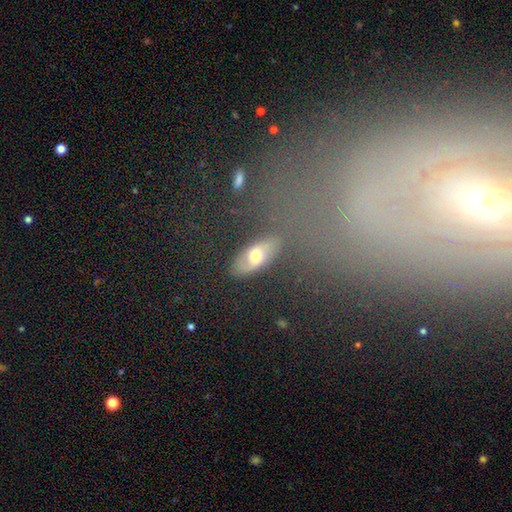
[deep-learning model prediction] smooth-or-featured: smooth: 46% | featured or disk: 43% | star or artifact: 11%
  merging: none: 74% | minor disturbance: 16% | major disturbance: 7% | merger: 4%